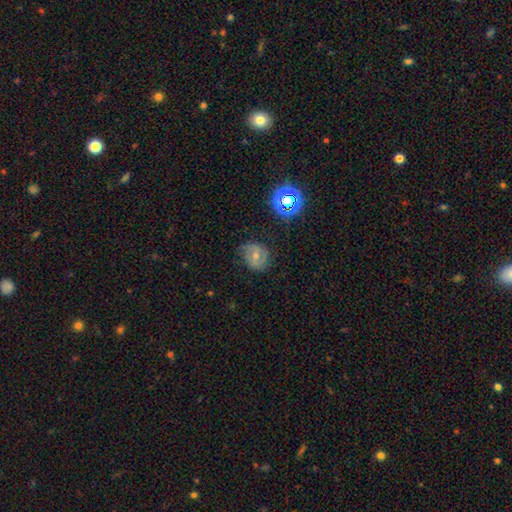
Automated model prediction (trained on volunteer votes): This is marginally a smooth galaxy (44%). Merging: likely none (68%).